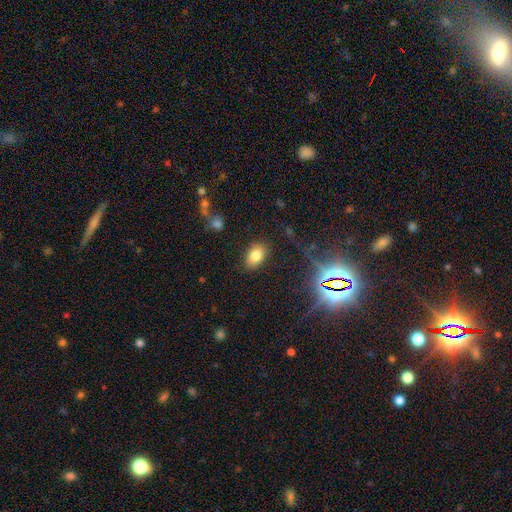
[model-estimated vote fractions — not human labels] smooth_or_featured: smooth (p=0.77) [alt: star or artifact p=0.12]
how_rounded: in between (p=0.86) [alt: round p=0.13]
merging: none (p=0.85) [alt: minor disturbance p=0.10]